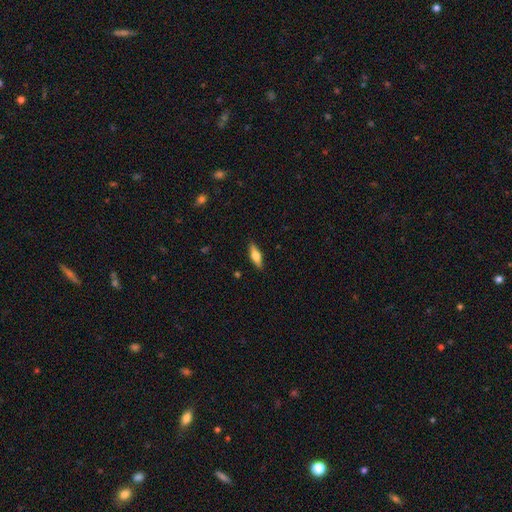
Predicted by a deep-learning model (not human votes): Morphology: type=smooth (60%); roundness=in between (59%); merging=none (87%).